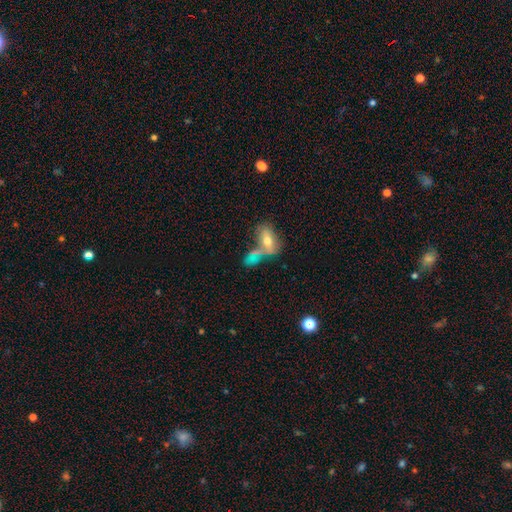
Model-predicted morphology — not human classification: Smooth or featured: smooth — 57% (featured or disk — 32%)
How rounded: in between — 78% (cigar-shaped — 13%)
Merging: merger — 47% (none — 31%)